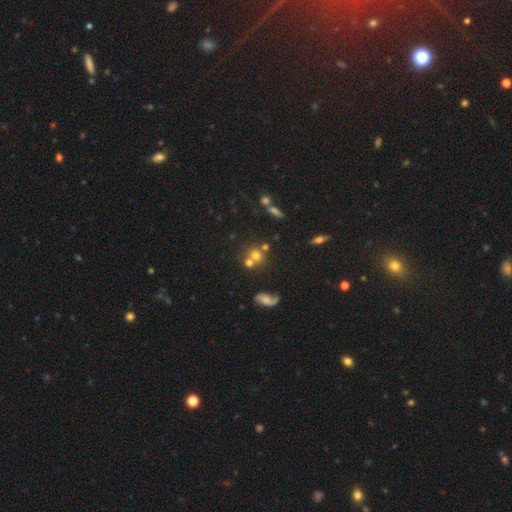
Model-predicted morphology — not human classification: This is likely a smooth galaxy (61%). How rounded: likely round (79%). Merging: marginally none (43%).